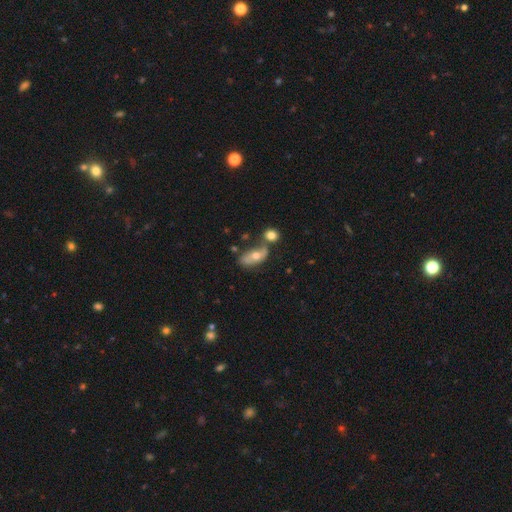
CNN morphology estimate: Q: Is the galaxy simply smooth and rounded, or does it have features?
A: smooth — 52%.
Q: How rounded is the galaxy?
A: in between — 82%.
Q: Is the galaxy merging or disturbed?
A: none — 46%.